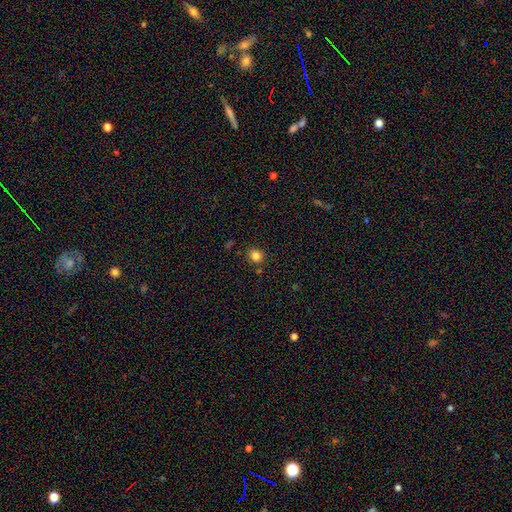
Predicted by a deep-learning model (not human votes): A smooth galaxy with no disk features (83%) that is round (80%). Merging: none (84%).